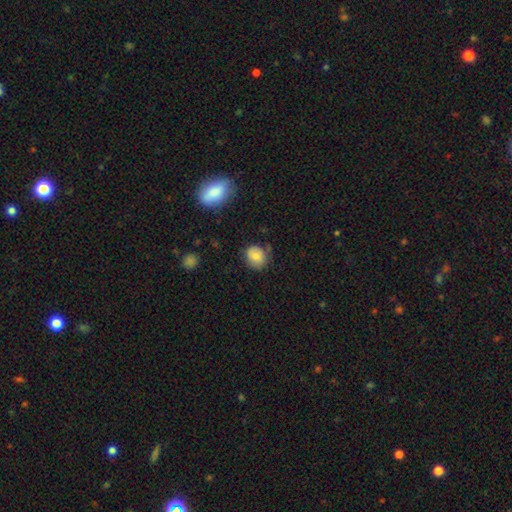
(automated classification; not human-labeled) A smooth galaxy with no disk features (79%) that is round (71%). Merging: none (69%).